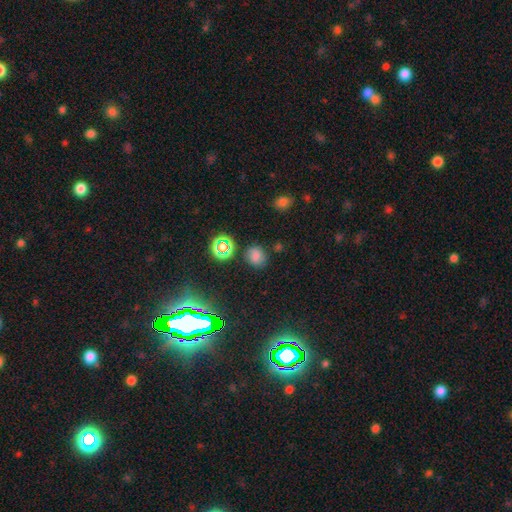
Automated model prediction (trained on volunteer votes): A smooth galaxy with no disk features (68%) that is round (75%). Merging: none (79%).